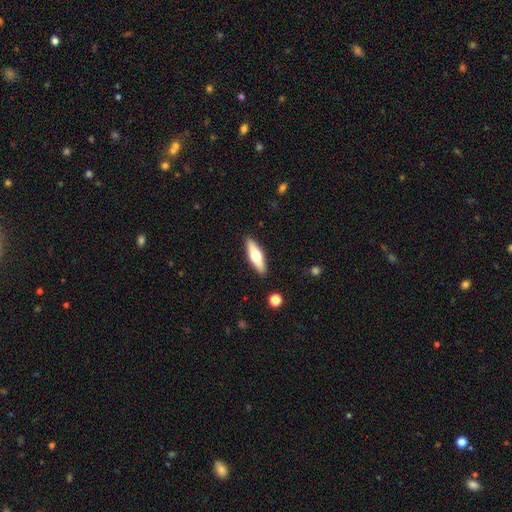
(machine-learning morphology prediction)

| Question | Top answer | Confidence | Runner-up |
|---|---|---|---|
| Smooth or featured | smooth | 52% | featured or disk (43%) |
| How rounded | cigar-shaped | 58% | in between (39%) |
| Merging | none | 90% | minor disturbance (7%) |